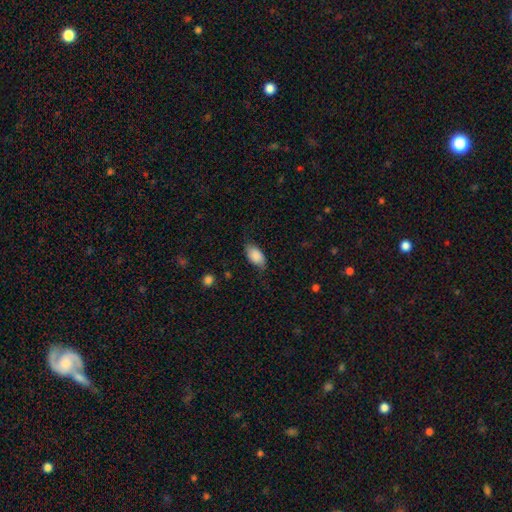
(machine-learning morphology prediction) This appears to be a smooth galaxy with no disk features (83%) that is in between round and cigar-shaped (92%). Merging: none (67%).